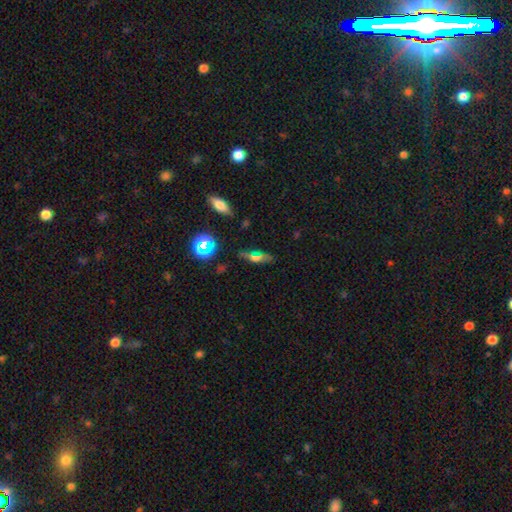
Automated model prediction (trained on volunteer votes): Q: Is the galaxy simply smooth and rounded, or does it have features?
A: smooth — 47%.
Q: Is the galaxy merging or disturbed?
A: none — 74%.